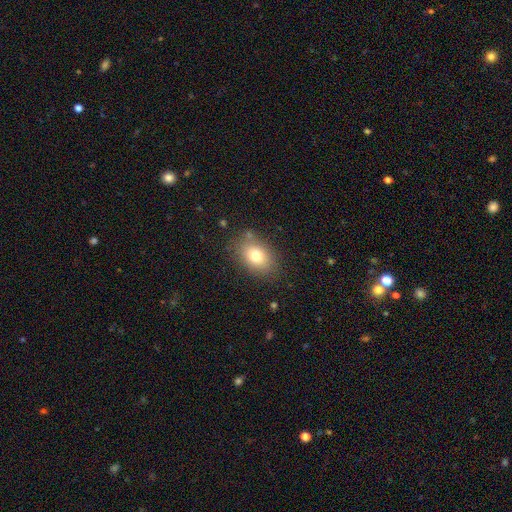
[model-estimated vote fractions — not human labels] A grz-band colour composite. It shows a smooth galaxy with no disk features (76%) that is in between round and cigar-shaped (73%). Merging: none (82%).